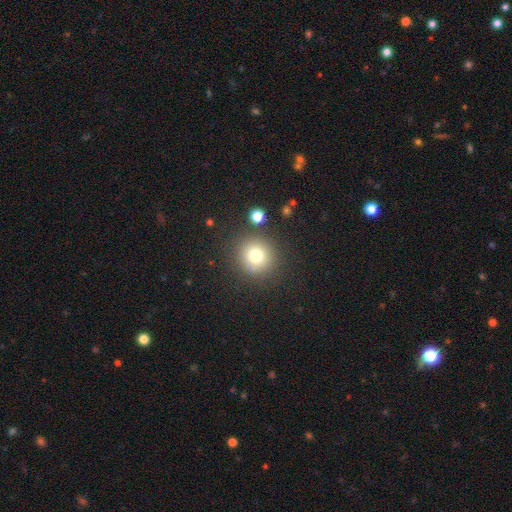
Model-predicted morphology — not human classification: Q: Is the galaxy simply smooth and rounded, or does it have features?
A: smooth — 75%.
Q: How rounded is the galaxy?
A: round — 92%.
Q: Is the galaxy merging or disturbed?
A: none — 83%.